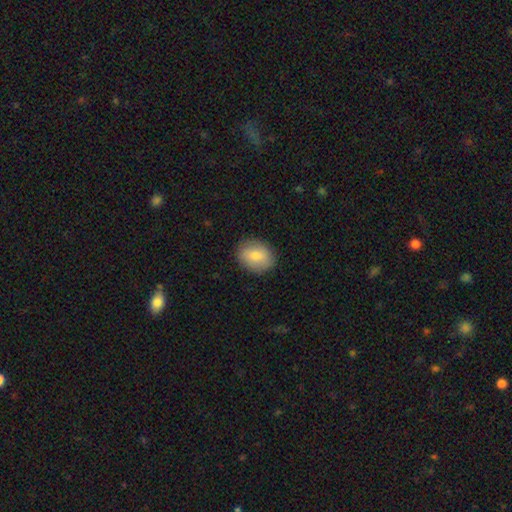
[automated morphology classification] smooth-or-featured: smooth: 76% | featured or disk: 17% | star or artifact: 7%
  how-rounded: in between: 56% | round: 42% | cigar-shaped: 1%
  merging: none: 86% | minor disturbance: 10% | major disturbance: 3% | merger: 1%